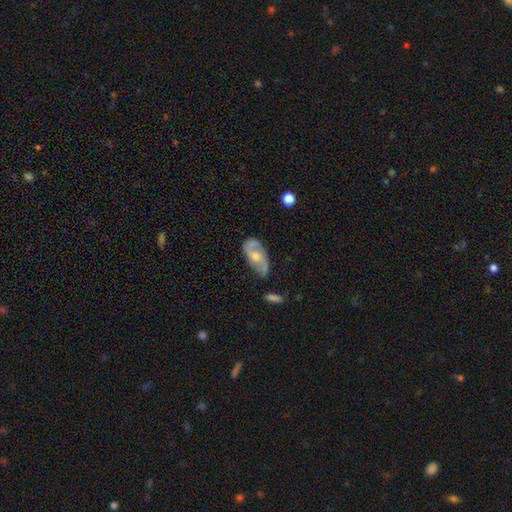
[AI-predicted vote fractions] The model was most divided on "spiral winding": medium: 45%, loose: 35%, tight: 20%. More confident: edge-on disk — no (93%); spiral arms — yes (86%); spiral arm count — 2 (82%); smooth or featured — featured or disk (67%); merging — none (64%); bar — no (62%); bulge size — moderate (53%).